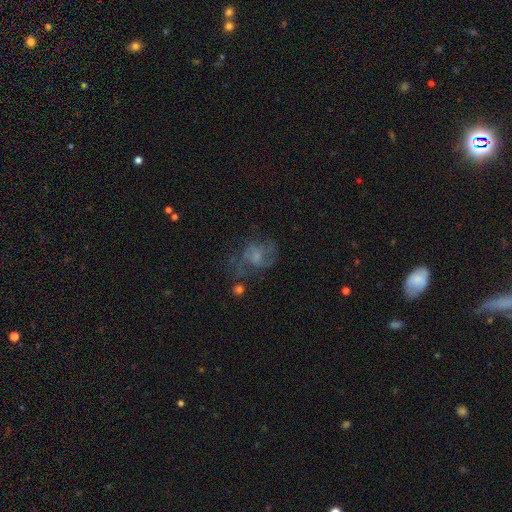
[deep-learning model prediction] smooth-or-featured: featured or disk: 57% | smooth: 29% | star or artifact: 14%
  disk-edge-on: no: 97% | yes: 3%
    bar: no: 66% | weak: 29% | strong: 5%
    has-spiral-arms: yes: 68% | no: 32%
    bulge-size: small: 43% | moderate: 26% | none: 25% | large: 4% | dominant: 1%
  merging: none: 43% | major disturbance: 31% | minor disturbance: 21% | merger: 5%